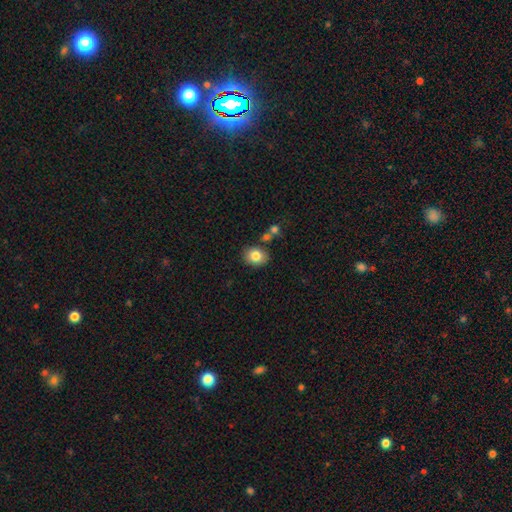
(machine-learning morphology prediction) Q: Smooth or featured?
A: smooth (82%); runner-up: star or artifact (9%)
Q: How rounded?
A: in between (50%); runner-up: round (49%)
Q: Merging?
A: none (78%); runner-up: minor disturbance (12%)